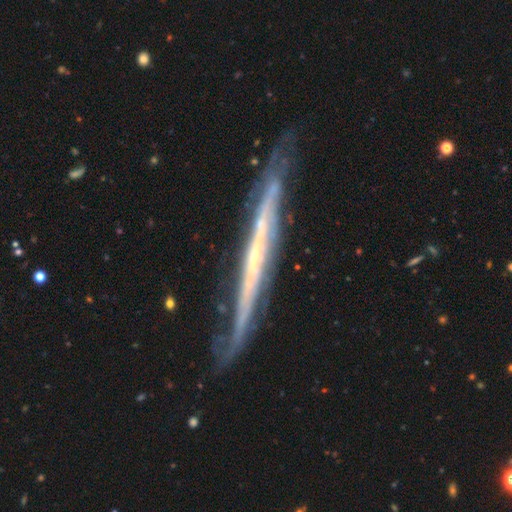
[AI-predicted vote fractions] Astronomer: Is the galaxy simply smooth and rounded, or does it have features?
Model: featured or disk — 83%.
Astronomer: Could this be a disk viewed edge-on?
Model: yes — 86%.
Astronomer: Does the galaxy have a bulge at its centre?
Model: none — 76%.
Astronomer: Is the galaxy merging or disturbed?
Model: none — 72%.